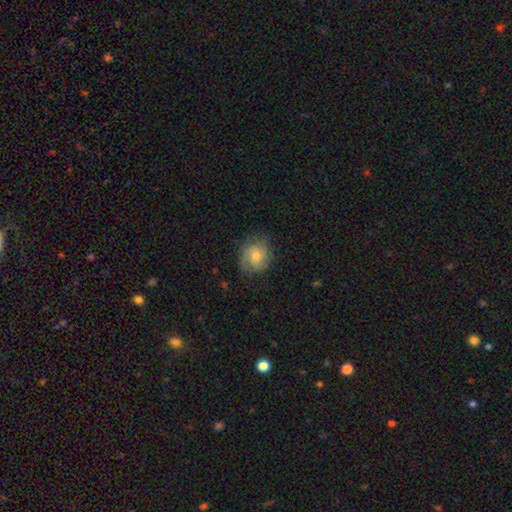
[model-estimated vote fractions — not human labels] This appears to be a featured or disk galaxy (48%). Merging: none (71%).